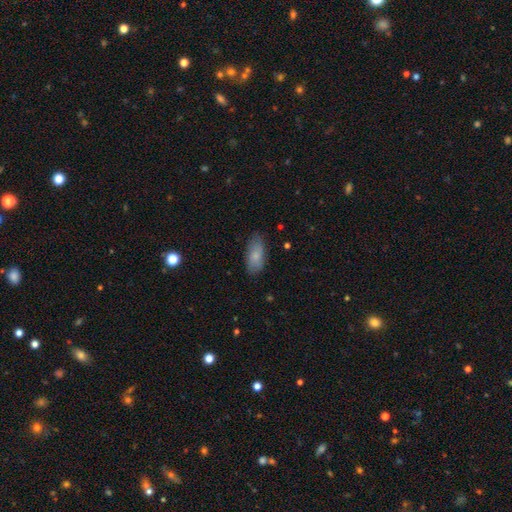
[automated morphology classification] Smooth or featured? smooth (80%)
How rounded? in between (90%)
Merging? none (79%)